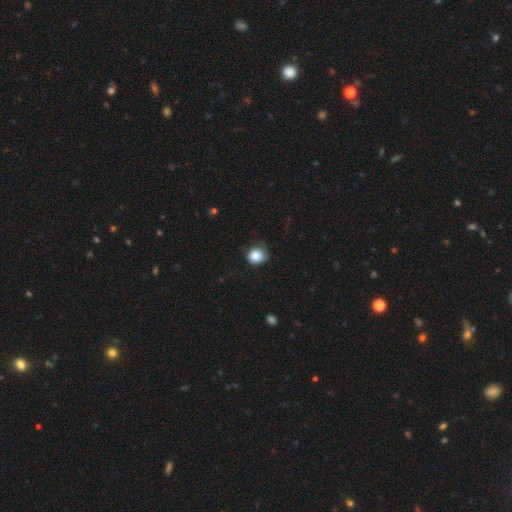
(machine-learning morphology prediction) type=smooth (86%); roundness=round (85%); merging=none (65%).